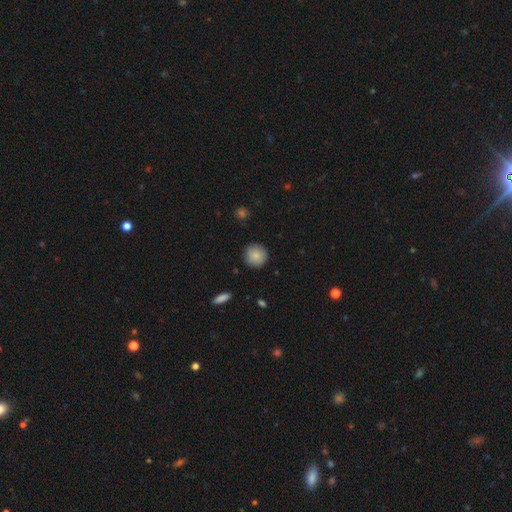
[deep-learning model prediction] Morphology: type=smooth (86%); roundness=round (94%); merging=none (89%).